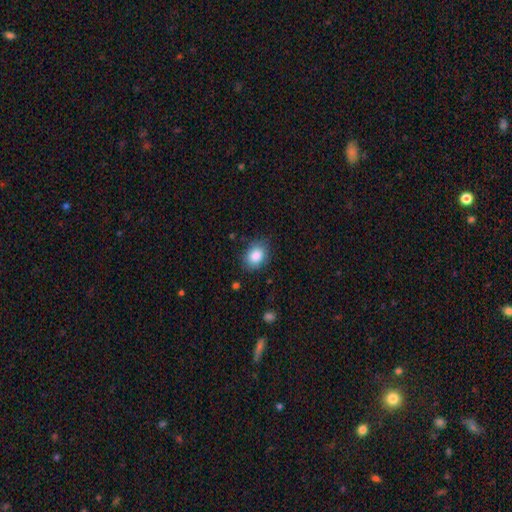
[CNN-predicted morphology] This is clearly a smooth galaxy (86%). How rounded: likely in between (65%). Merging: likely none (78%).